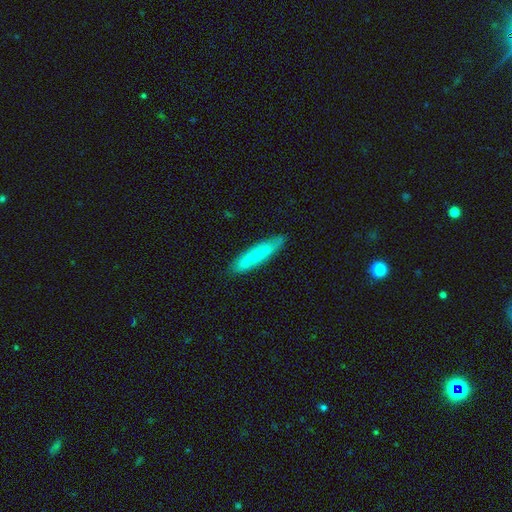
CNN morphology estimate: A smooth galaxy with no disk features (62%) that is cigar-shaped (83%). Merging: none (82%).